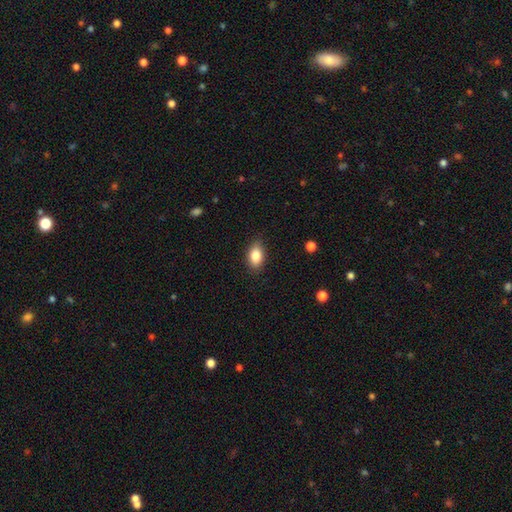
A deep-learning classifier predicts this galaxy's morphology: Overall: smooth (85%). How rounded: in between (88%). Merging: none (85%).